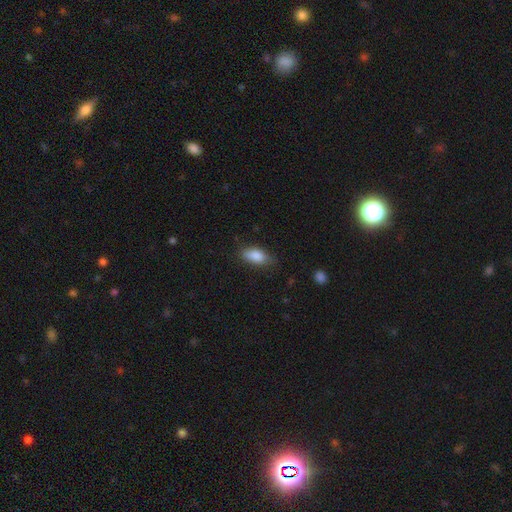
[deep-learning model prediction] This appears to be a smooth galaxy with no disk features (86%) that is in between round and cigar-shaped (86%). Merging: none (75%).